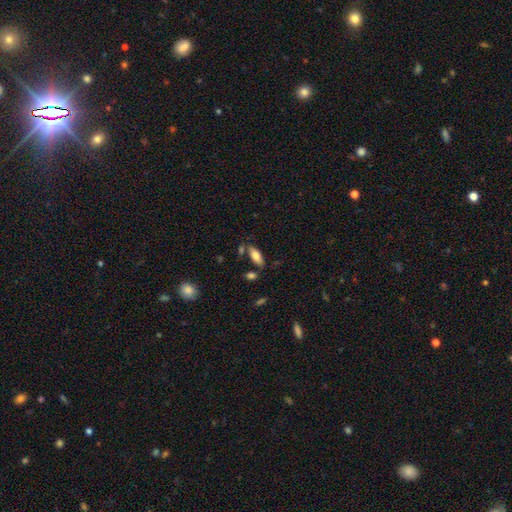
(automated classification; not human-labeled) Overall: smooth (77%). How rounded: in between (79%). Merging: none (74%).